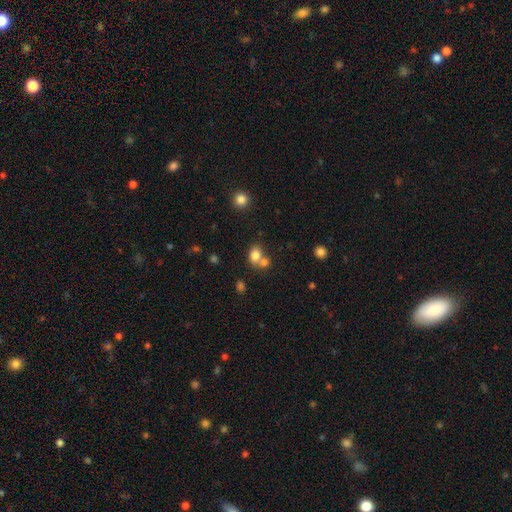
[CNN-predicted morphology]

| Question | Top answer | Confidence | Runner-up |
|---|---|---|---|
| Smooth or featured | smooth | 79% | star or artifact (11%) |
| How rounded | in between | 60% | round (39%) |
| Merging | merger | 45% | none (42%) |